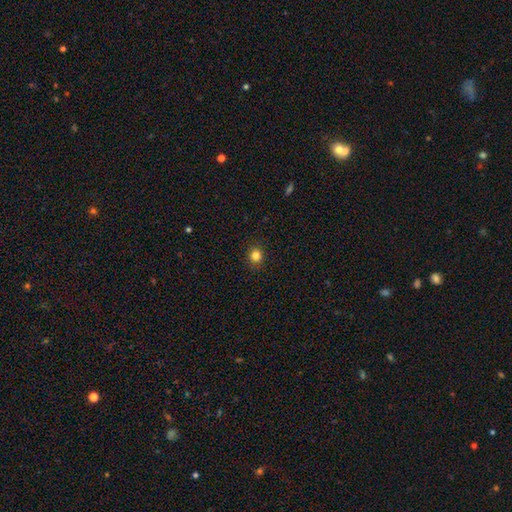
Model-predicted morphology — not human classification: Overall: smooth (82%). How rounded: round (79%). Merging: none (90%).